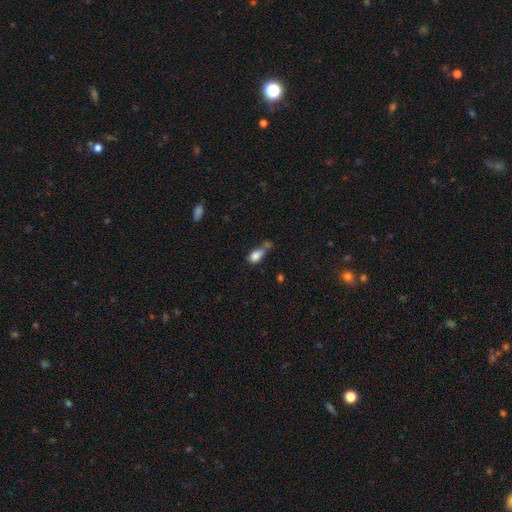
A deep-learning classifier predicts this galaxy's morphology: Smooth or featured: smooth — 81% (star or artifact — 10%)
How rounded: in between — 83% (round — 9%)
Merging: none — 31% (merger — 28%)